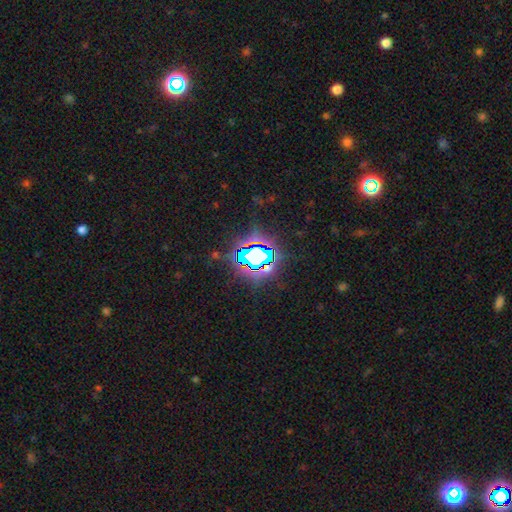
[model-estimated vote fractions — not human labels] Overall: star or artifact (73%).